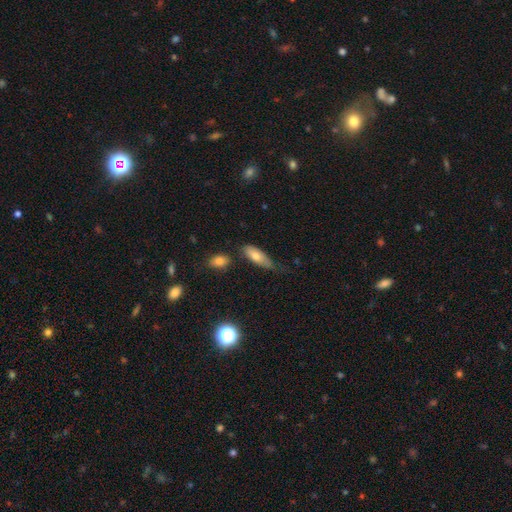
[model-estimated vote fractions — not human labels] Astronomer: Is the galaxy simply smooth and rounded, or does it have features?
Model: smooth — 73%.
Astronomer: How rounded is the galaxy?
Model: in between — 71%.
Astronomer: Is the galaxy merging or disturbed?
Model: none — 47% (runner-up: minor disturbance, 36%).